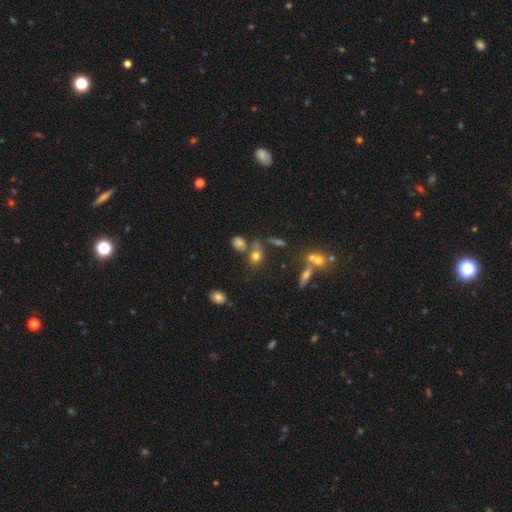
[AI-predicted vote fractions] Morphology: type=smooth (68%); roundness=round (54%); merging=none (53%).